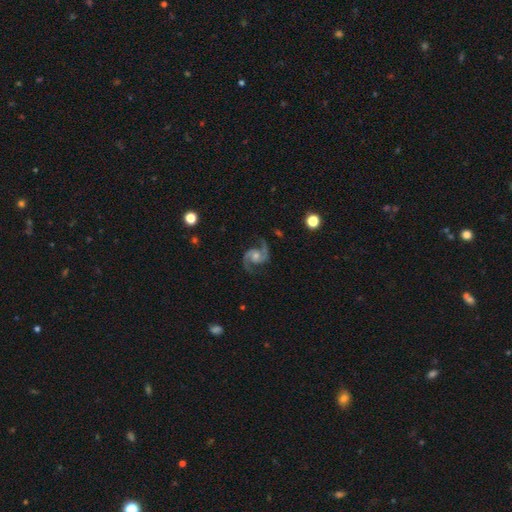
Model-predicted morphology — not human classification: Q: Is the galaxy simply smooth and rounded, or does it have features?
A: featured or disk — 93%.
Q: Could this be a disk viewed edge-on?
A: no — 98%.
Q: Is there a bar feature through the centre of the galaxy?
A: no — 59%.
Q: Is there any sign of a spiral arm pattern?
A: yes — 99%.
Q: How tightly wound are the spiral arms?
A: medium — 64%.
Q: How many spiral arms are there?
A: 2 — 95%.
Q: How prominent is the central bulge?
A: moderate — 54%.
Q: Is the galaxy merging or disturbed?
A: none — 83%.